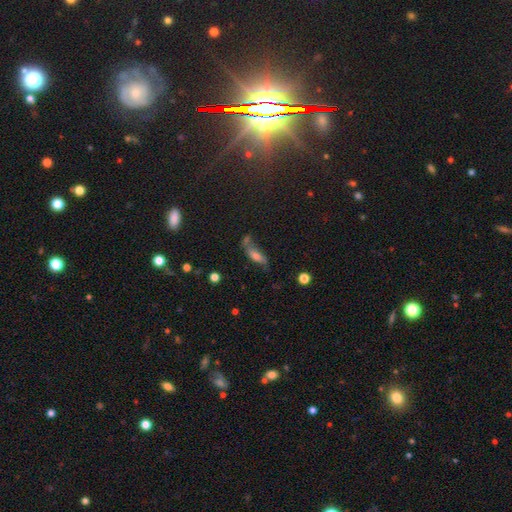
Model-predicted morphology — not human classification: This appears to be a smooth galaxy with no disk features (47%). Merging: none (49%).